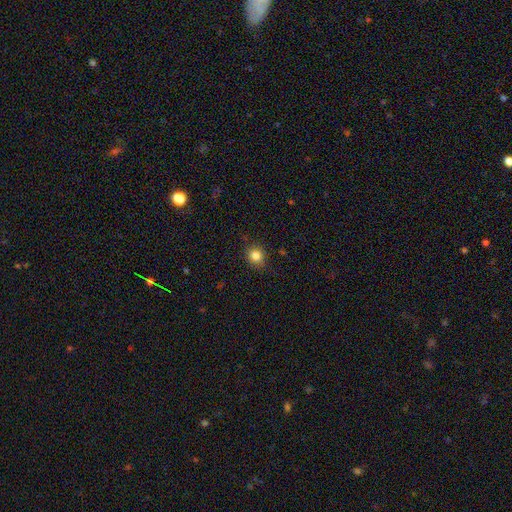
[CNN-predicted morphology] smooth-or-featured: smooth: 83% | star or artifact: 11% | featured or disk: 5%
  how-rounded: round: 81% | in between: 18% | cigar-shaped: 1%
  merging: none: 86% | minor disturbance: 11% | major disturbance: 3% | merger: 1%